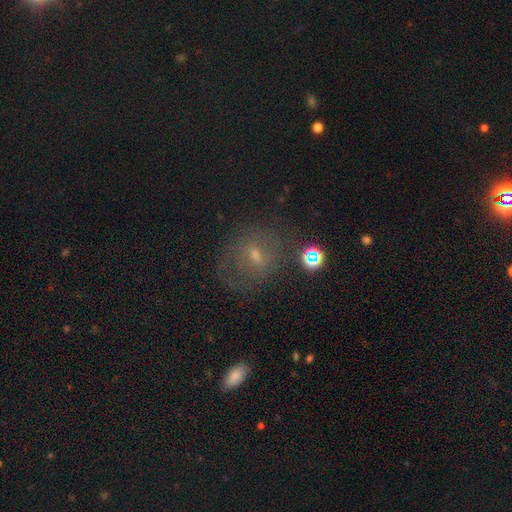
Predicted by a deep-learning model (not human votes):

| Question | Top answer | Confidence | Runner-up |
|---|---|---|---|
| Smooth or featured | featured or disk | 42% | smooth (38%) |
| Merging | none | 60% | minor disturbance (20%) |